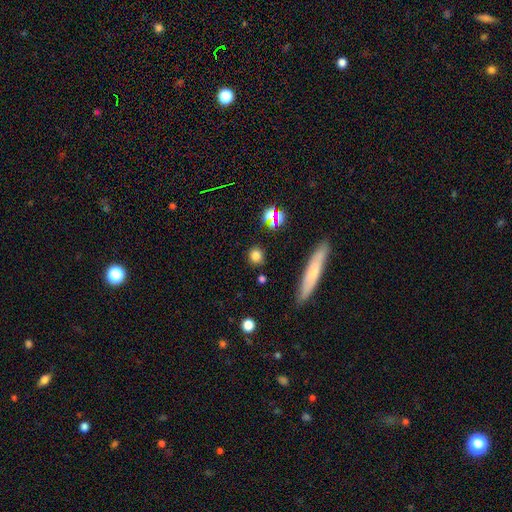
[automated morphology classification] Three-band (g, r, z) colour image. It shows a smooth galaxy with no disk features (77%) that is round (83%). Merging: none (87%).